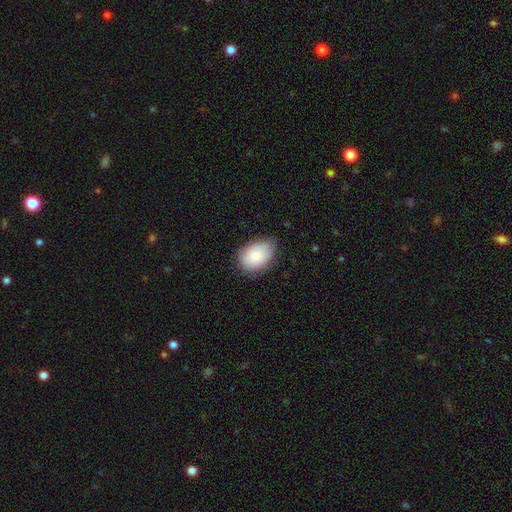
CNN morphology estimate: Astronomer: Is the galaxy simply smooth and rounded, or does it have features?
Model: smooth — 83%.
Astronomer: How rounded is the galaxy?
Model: in between — 81%.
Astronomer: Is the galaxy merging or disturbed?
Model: none — 71%.